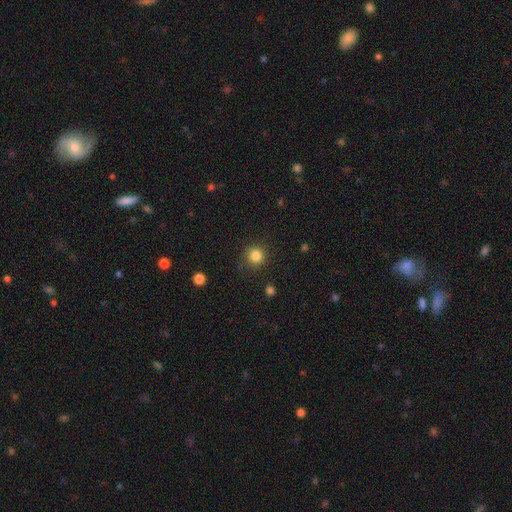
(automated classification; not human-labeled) smooth-or-featured: smooth: 83% | star or artifact: 12% | featured or disk: 5%
  how-rounded: round: 94% | in between: 5% | cigar-shaped: 1%
  merging: none: 89% | minor disturbance: 7% | major disturbance: 3% | merger: 1%